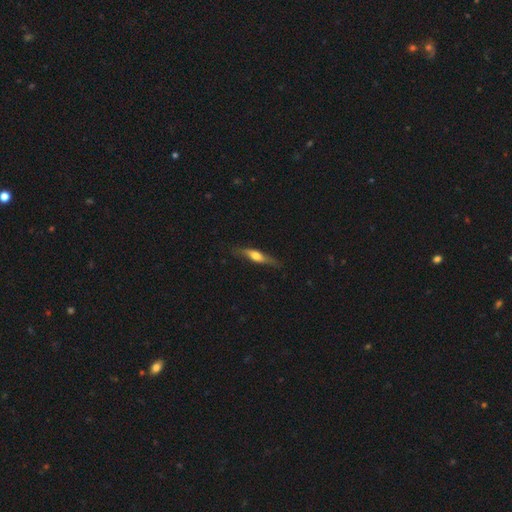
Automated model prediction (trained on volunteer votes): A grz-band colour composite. It shows a featured or disk galaxy (53%) viewed edge-on (89%). Merging: none (78%).